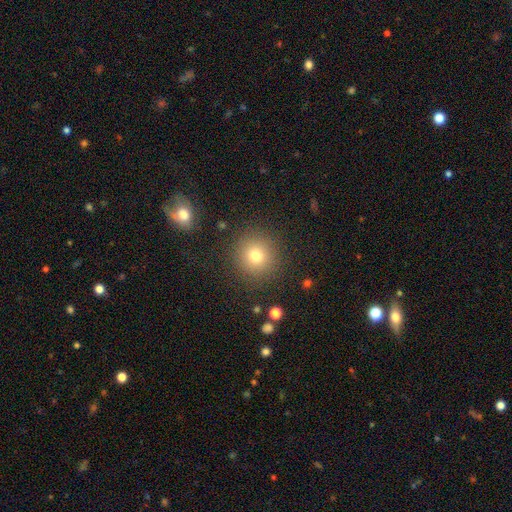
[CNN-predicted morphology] smooth-or-featured: smooth: 76% | star or artifact: 14% | featured or disk: 10%
  how-rounded: round: 93% | in between: 6% | cigar-shaped: 1%
  merging: none: 88% | minor disturbance: 7% | major disturbance: 3% | merger: 2%